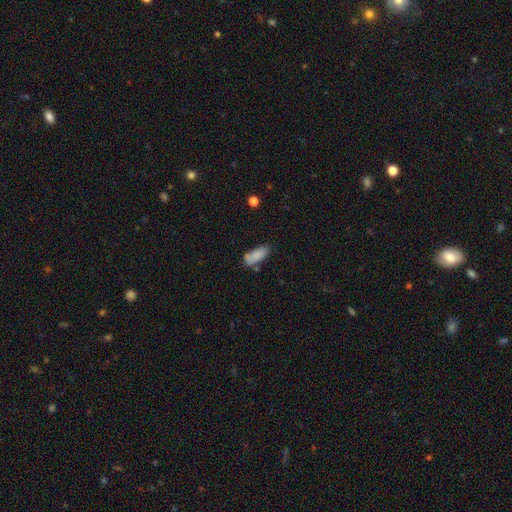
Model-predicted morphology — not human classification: Smooth or featured: smooth — 84% (featured or disk — 9%)
How rounded: in between — 75% (cigar-shaped — 23%)
Merging: none — 63% (minor disturbance — 23%)